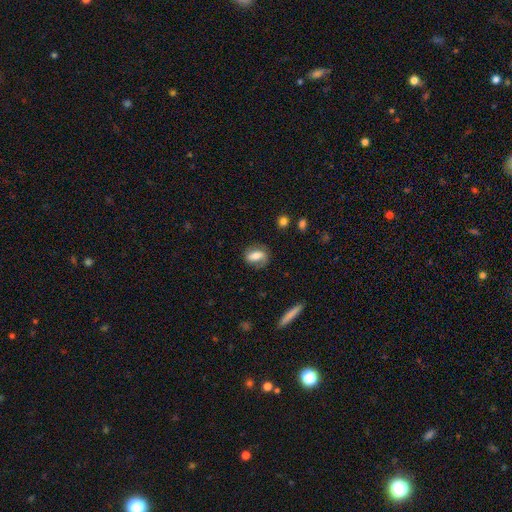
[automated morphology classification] Overall: smooth (59%; featured or disk 33%). How rounded: in between (76%). Merging: none (70%).